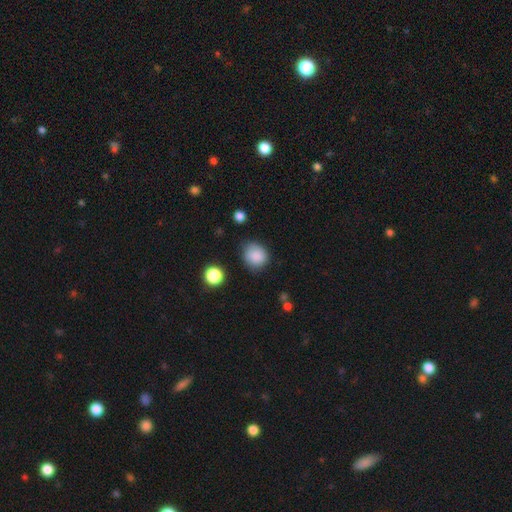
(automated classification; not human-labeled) The model was most divided on "how rounded": round: 71%, in between: 28%, cigar-shaped: 1%. More confident: smooth or featured — smooth (86%); merging — none (72%).